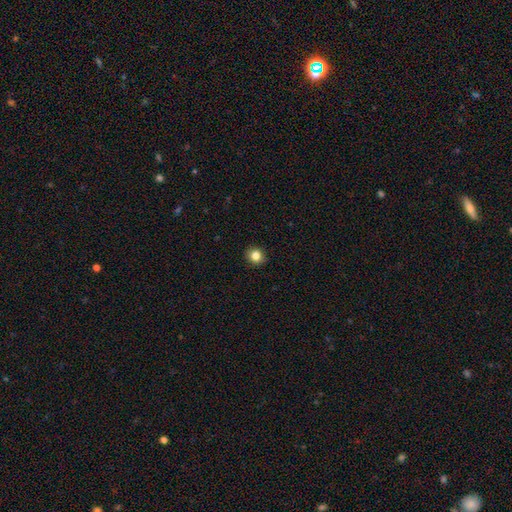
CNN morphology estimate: type=smooth (84%); roundness=round (88%); merging=none (92%).